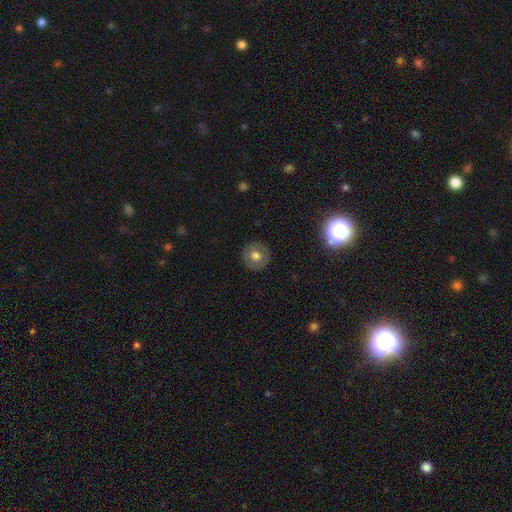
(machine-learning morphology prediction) smooth 68%, featured or disk 23%, star or artifact 9%. Down the decision tree: how rounded — round (93%); merging — none (90%).